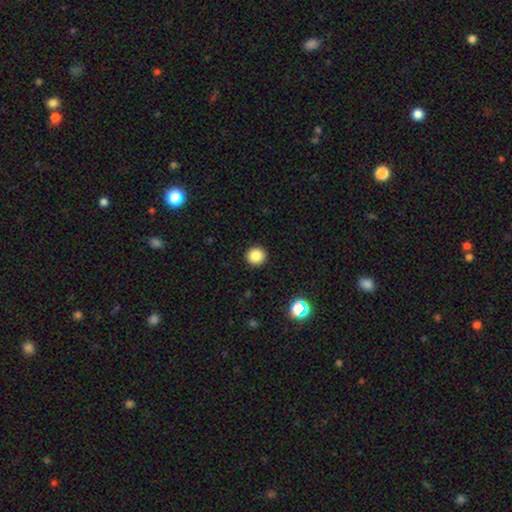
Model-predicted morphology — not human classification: Smooth or featured? smooth (85%)
How rounded? round (94%)
Merging? none (93%)